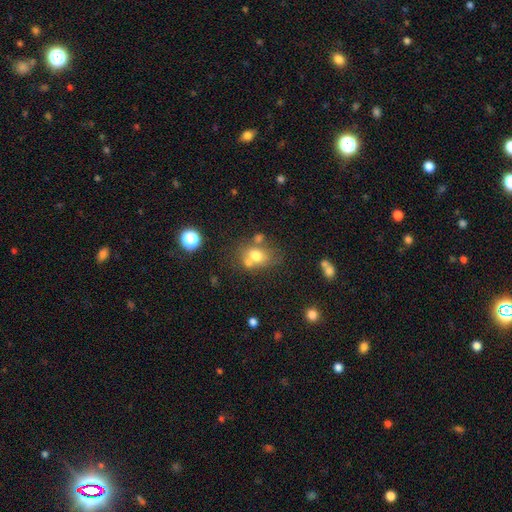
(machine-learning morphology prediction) Smooth or featured: smooth — 68% (featured or disk — 19%)
How rounded: in between — 54% (round — 45%)
Merging: none — 43% (merger — 34%)